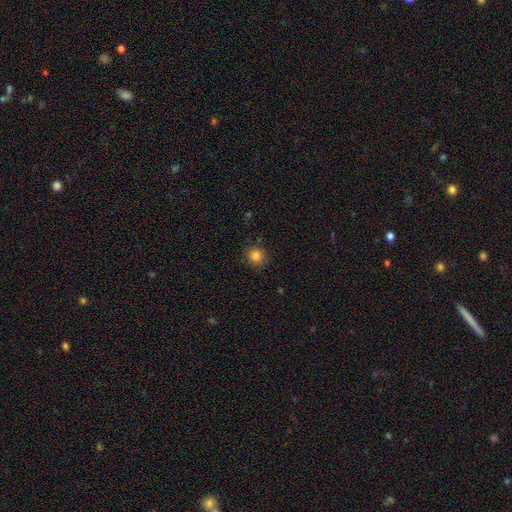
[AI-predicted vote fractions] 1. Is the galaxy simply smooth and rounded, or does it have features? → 84% smooth, 12% star or artifact, 4% featured or disk.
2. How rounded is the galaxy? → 87% round, 12% in between, 1% cigar-shaped.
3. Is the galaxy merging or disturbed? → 87% none, 9% minor disturbance, 3% major disturbance, 1% merger.